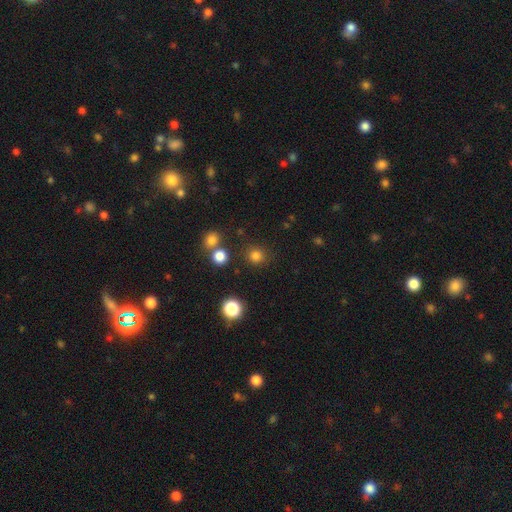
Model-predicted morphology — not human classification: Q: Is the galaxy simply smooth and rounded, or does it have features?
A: smooth — 79%.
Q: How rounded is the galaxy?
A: round — 92%.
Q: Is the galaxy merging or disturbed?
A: none — 84%.